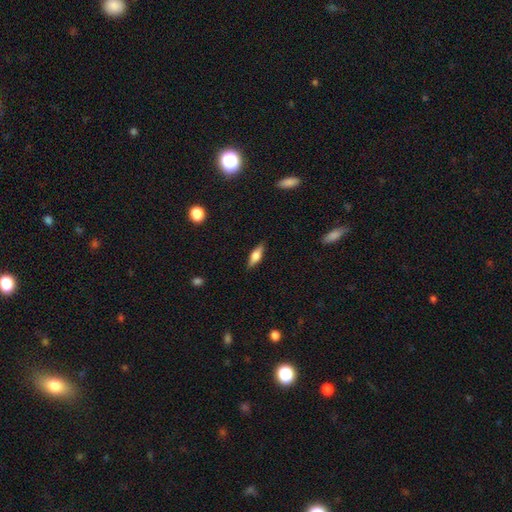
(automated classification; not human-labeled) The model was most divided on "how rounded": in between: 55%, cigar-shaped: 42%, round: 3%. More confident: merging — none (86%); smooth or featured — smooth (56%).